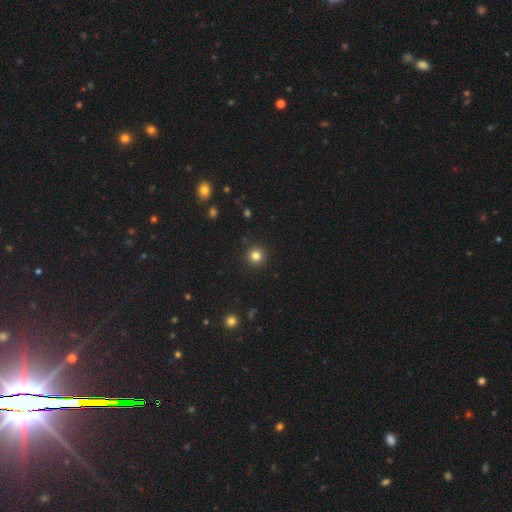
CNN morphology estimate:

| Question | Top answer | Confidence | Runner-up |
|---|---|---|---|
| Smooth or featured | smooth | 82% | star or artifact (13%) |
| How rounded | round | 95% | in between (4%) |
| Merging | none | 92% | minor disturbance (5%) |